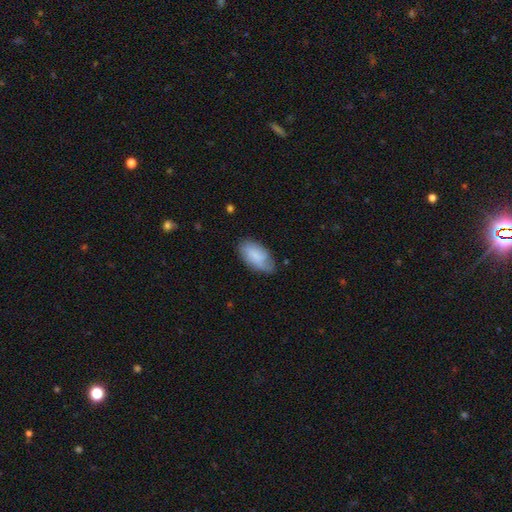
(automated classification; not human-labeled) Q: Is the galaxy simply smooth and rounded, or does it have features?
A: smooth — 73%.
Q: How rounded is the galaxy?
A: in between — 94%.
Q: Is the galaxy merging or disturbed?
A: none — 65%.